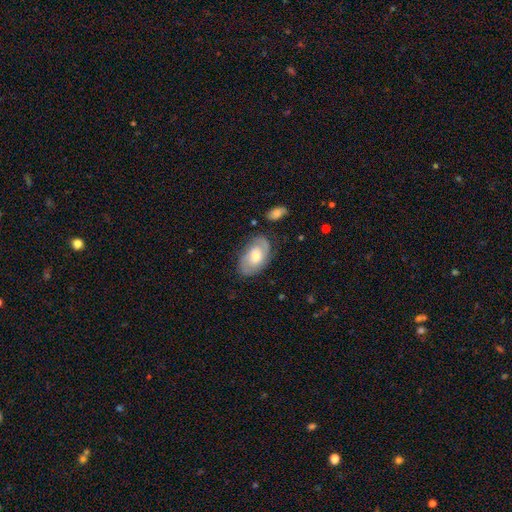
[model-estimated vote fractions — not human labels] Q: Smooth or featured?
A: featured or disk (53%); runner-up: smooth (40%)
Q: Edge-on disk?
A: no (94%); runner-up: yes (6%)
Q: Bar?
A: no (67%); runner-up: weak (28%)
Q: Spiral arms?
A: yes (80%); runner-up: no (20%)
Q: Bulge size?
A: moderate (63%); runner-up: small (22%)
Q: Merging?
A: none (70%); runner-up: minor disturbance (20%)